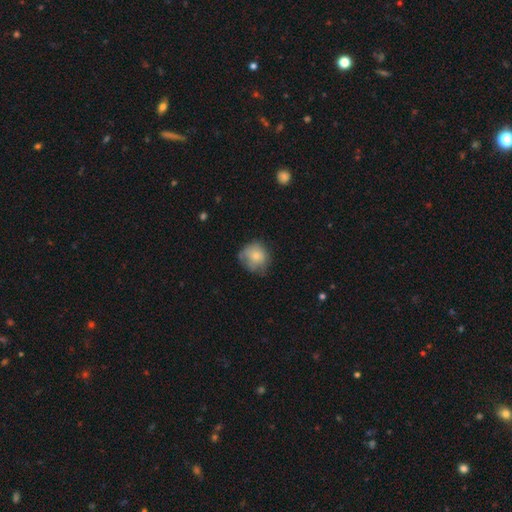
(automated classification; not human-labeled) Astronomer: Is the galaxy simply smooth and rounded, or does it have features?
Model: smooth — 75%.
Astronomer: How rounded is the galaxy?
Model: round — 85%.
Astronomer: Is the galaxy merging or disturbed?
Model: none — 59%.